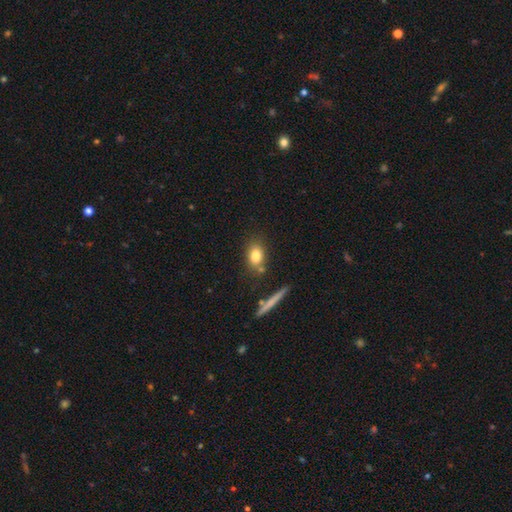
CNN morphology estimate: Q: Smooth or featured?
A: smooth (80%); runner-up: featured or disk (11%)
Q: How rounded?
A: in between (70%); runner-up: round (24%)
Q: Merging?
A: none (71%); runner-up: minor disturbance (14%)